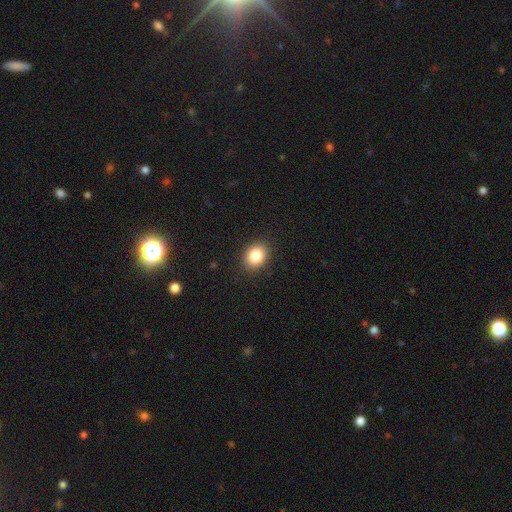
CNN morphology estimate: Smooth or featured? smooth (85%)
How rounded? in between (51%)
Merging? none (89%)